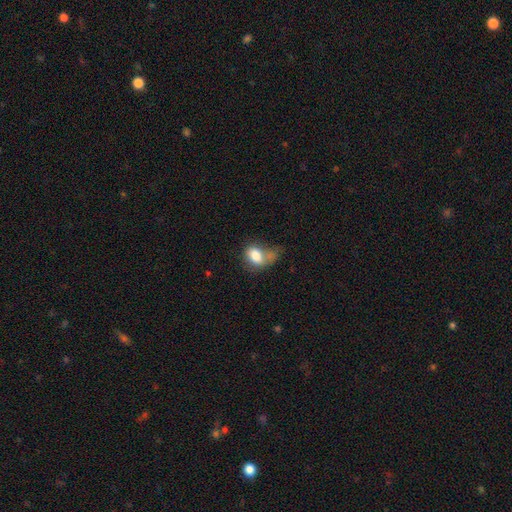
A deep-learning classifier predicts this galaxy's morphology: This is likely a smooth galaxy (77%). How rounded: likely in between (71%). Merging: marginally major disturbance (32%).